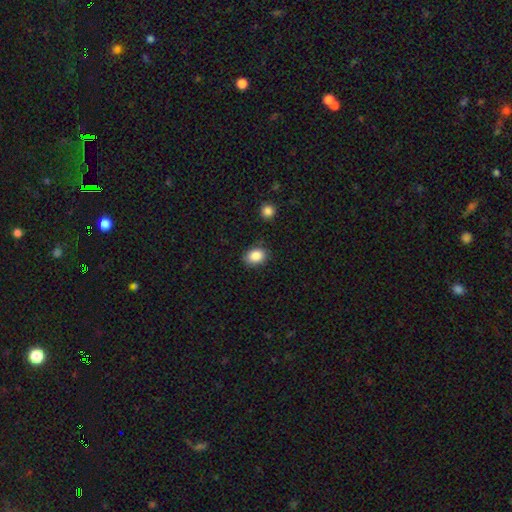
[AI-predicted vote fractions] A smooth galaxy with no disk features (86%) that is in between round and cigar-shaped (63%).

Vote fractions:
- Smooth or featured? smooth: 86% / star or artifact: 9% / featured or disk: 5%
- How rounded? in between: 63% / round: 36% / cigar-shaped: 1%
- Merging? none: 83% / minor disturbance: 13% / major disturbance: 3% / merger: 2%